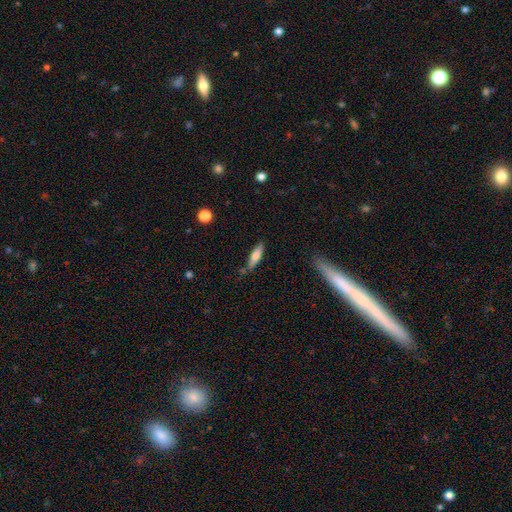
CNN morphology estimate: smooth-or-featured: smooth: 66% | featured or disk: 27% | star or artifact: 7%
  how-rounded: cigar-shaped: 67% | in between: 31% | round: 2%
  merging: none: 77% | minor disturbance: 16% | merger: 4% | major disturbance: 3%